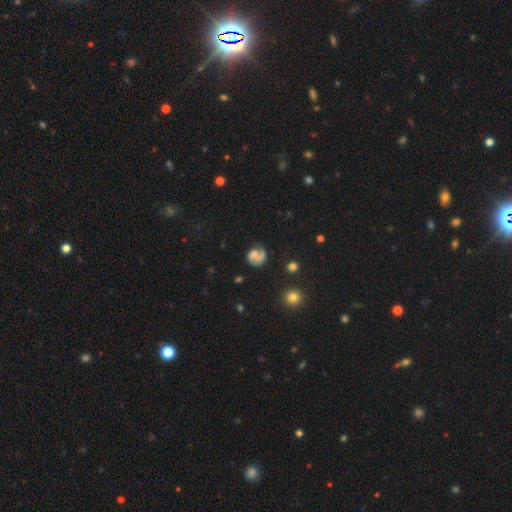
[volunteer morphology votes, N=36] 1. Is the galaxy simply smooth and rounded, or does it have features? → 56% featured or disk, 44% smooth, 0% star or artifact.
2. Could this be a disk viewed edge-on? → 100% no, 0% yes.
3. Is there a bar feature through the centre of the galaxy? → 65% no, 25% weak, 10% strong.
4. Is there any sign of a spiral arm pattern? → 75% yes, 25% no.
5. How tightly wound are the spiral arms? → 47% medium, 33% tight, 20% loose.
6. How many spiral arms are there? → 60% 1, 33% 2, 7% can't tell, 0% 3, 0% 4, 0% more than 4.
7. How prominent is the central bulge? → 35% moderate (tied), 35% small (tied), 30% none, 0% dominant, 0% large.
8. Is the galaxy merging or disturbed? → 58% none, 22% major disturbance, 17% minor disturbance, 3% merger.